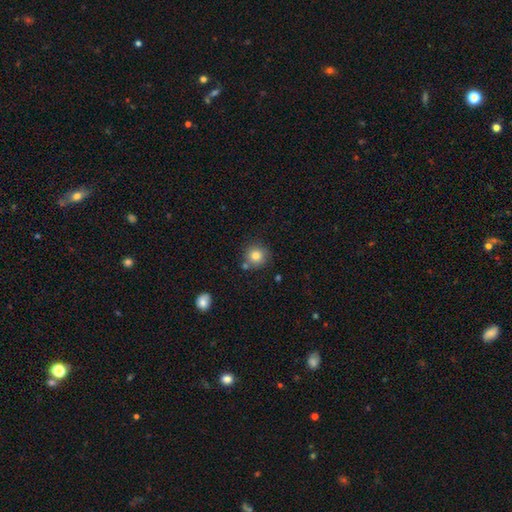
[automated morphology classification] This appears to be a smooth galaxy with no disk features (82%) that is round (92%). Merging: none (78%).